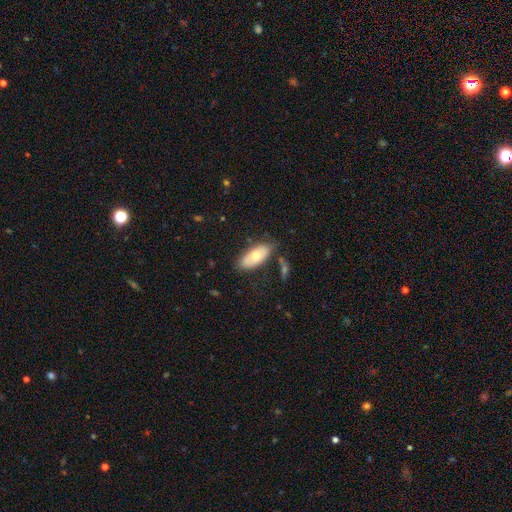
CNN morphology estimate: Smooth or featured? Predicted: smooth (p=0.61). How rounded? Predicted: in between (p=0.89). Merging? Predicted: none (p=0.73).